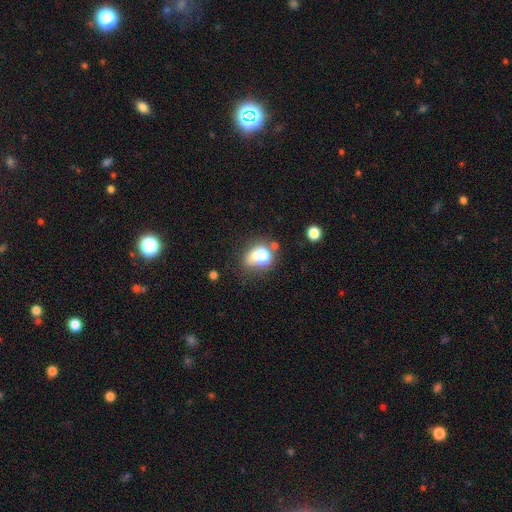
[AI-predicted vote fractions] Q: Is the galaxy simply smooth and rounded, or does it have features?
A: smooth — 62%.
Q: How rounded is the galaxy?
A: round — 55%.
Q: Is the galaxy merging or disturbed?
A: merger — 38%.